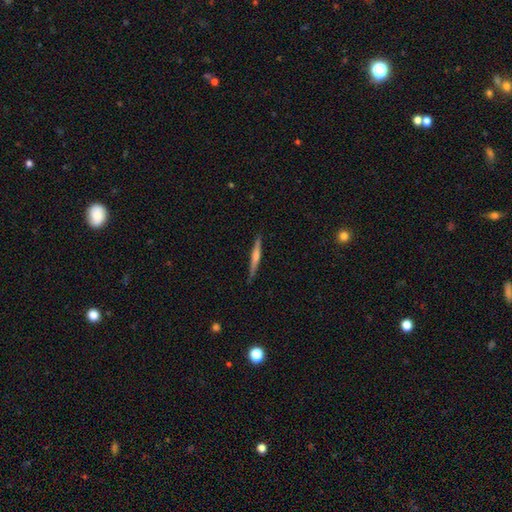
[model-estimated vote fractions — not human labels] Overall: featured or disk (66%; smooth 27%). Edge-on disk: yes (98%). Edge-on bulge: rounded (65%). Merging: none (90%).